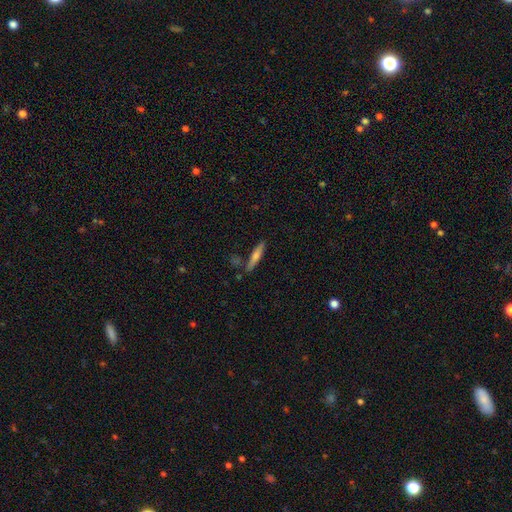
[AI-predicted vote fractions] This appears to be a smooth galaxy with no disk features (51%) that is cigar-shaped (89%). Merging: none (80%).